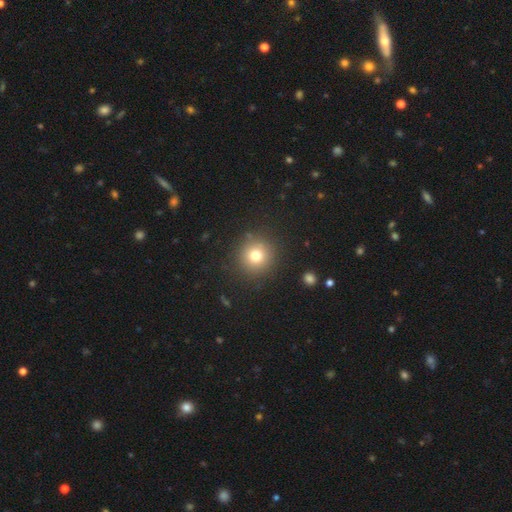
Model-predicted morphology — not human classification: A smooth galaxy with no disk features (76%) that is round (94%).

Vote fractions:
- Smooth or featured? smooth: 76% / star or artifact: 14% / featured or disk: 10%
- How rounded? round: 94% / in between: 5% / cigar-shaped: 1%
- Merging? none: 89% / minor disturbance: 7% / major disturbance: 3% / merger: 2%